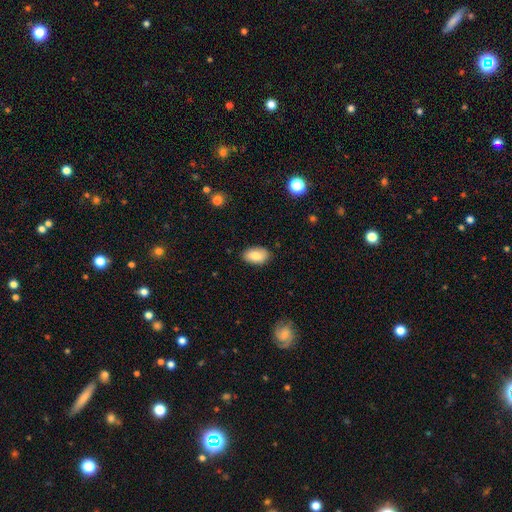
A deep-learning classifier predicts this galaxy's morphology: Smooth or featured?
  - smooth: 84% *
  - featured or disk: 9%
  - star or artifact: 7%
How rounded?
  - in between: 93% *
  - round: 5%
  - cigar-shaped: 2%
Merging?
  - none: 86% *
  - minor disturbance: 11%
  - major disturbance: 2%
  - merger: 1%